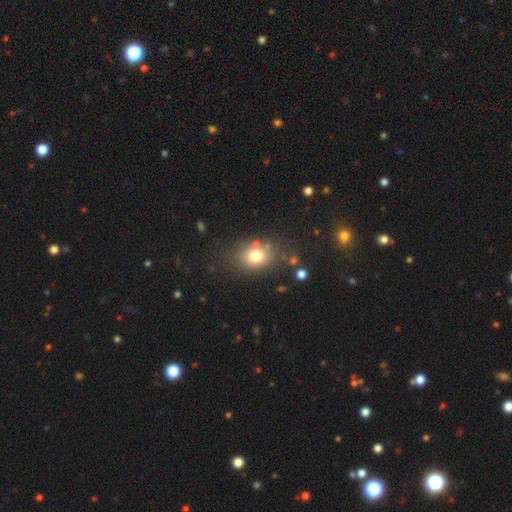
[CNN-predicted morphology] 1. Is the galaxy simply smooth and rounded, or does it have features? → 76% smooth, 12% star or artifact, 12% featured or disk.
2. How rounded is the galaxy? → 58% in between, 40% round, 1% cigar-shaped.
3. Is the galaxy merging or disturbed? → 74% none, 14% minor disturbance, 6% major disturbance, 6% merger.